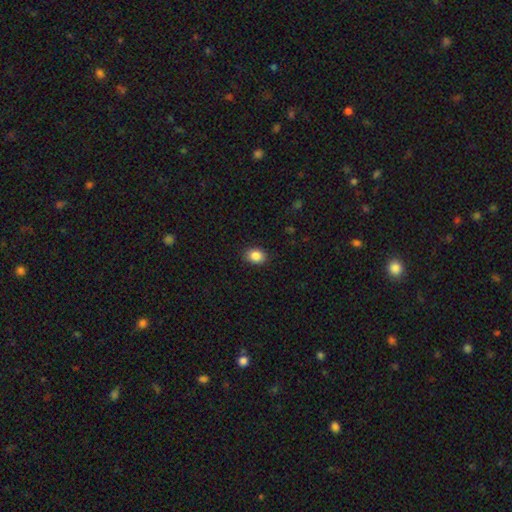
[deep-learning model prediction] Smooth or featured? smooth (87%)
How rounded? in between (61%)
Merging? none (89%)